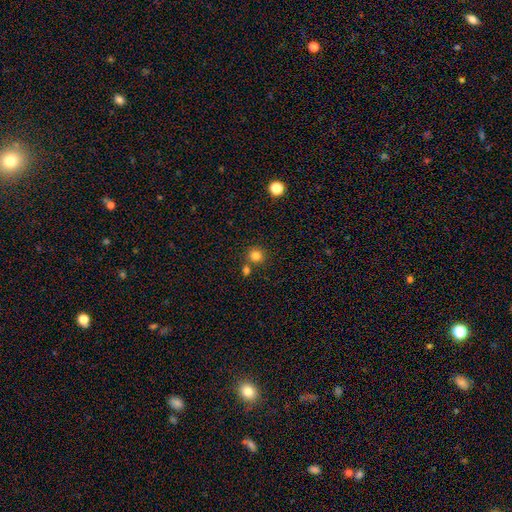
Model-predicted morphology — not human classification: smooth-or-featured: smooth: 81% | star or artifact: 14% | featured or disk: 5%
  how-rounded: round: 92% | in between: 7% | cigar-shaped: 1%
  merging: none: 76% | merger: 14% | minor disturbance: 7% | major disturbance: 2%